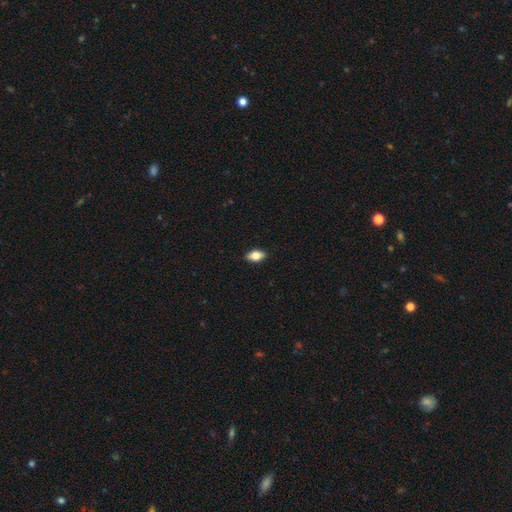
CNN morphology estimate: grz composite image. It shows a smooth galaxy with no disk features (79%) that is in between round and cigar-shaped (89%). Merging: none (89%).